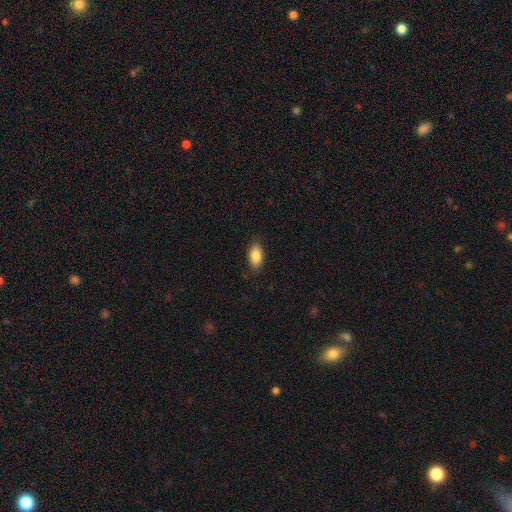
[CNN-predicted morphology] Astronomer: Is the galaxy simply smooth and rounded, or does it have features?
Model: smooth — 87%.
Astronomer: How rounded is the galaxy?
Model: in between — 91%.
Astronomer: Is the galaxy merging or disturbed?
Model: none — 86%.